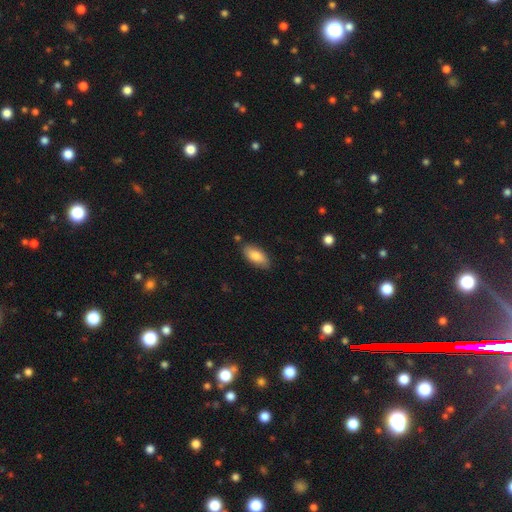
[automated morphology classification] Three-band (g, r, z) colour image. It shows a smooth galaxy with no disk features (84%) that is in between round and cigar-shaped (88%). Merging: none (82%).